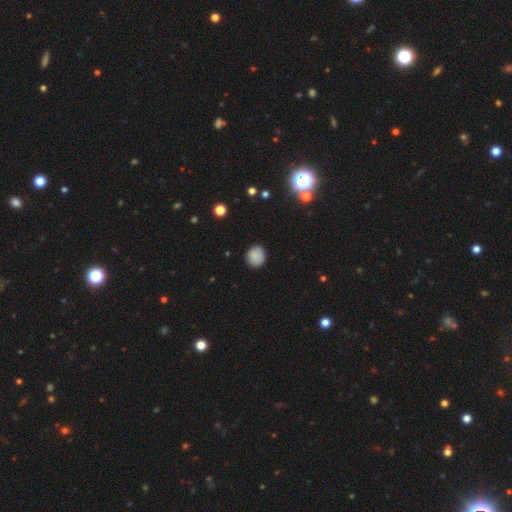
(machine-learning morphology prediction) type=smooth (86%); roundness=round (80%); merging=none (87%).